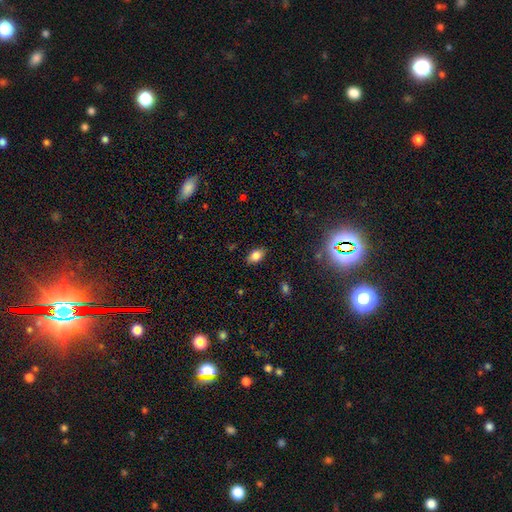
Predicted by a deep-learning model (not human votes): This is clearly a smooth galaxy (81%). How rounded: clearly in between (87%). Merging: clearly none (86%).